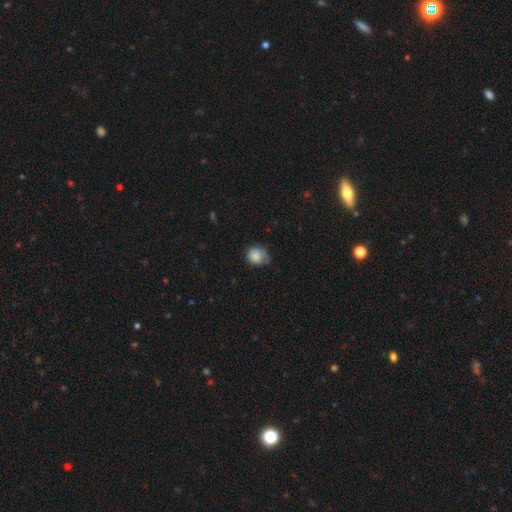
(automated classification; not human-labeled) This appears to be a smooth galaxy with no disk features (83%) that is round (68%). Merging: none (52%).